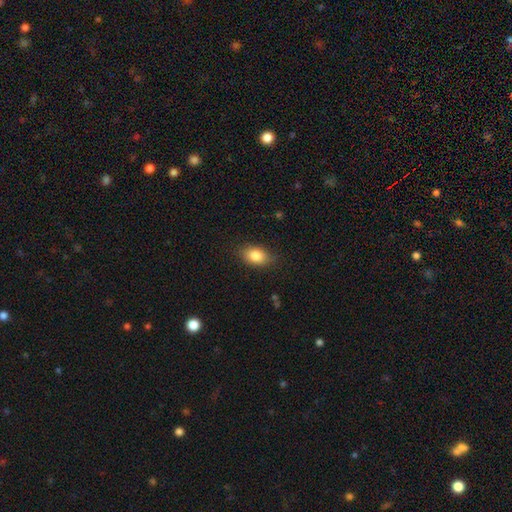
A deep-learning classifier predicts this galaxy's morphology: smooth-or-featured: smooth: 84% | featured or disk: 8% | star or artifact: 8%
  how-rounded: in between: 84% | round: 14% | cigar-shaped: 2%
  merging: none: 81% | minor disturbance: 15% | major disturbance: 3% | merger: 1%